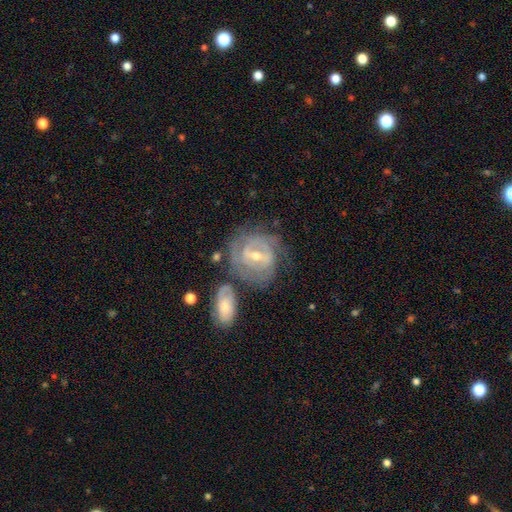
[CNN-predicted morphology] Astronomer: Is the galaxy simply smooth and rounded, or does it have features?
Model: featured or disk — 83%.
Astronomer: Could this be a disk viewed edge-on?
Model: no — 95%.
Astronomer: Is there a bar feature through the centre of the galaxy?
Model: weak — 47% (runner-up: strong, 38%).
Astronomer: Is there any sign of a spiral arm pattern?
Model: yes — 87%.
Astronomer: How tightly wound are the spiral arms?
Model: tight — 65%.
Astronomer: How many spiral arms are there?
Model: can't tell — 38% (runner-up: 2, 33%).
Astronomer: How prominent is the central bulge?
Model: moderate — 51% (runner-up: small, 45%).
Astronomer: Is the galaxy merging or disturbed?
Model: none — 56%.